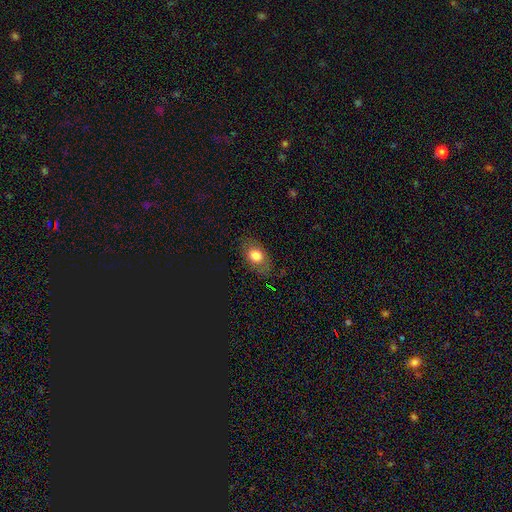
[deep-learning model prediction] Overall: smooth (76%). How rounded: in between (77%). Merging: none (79%).